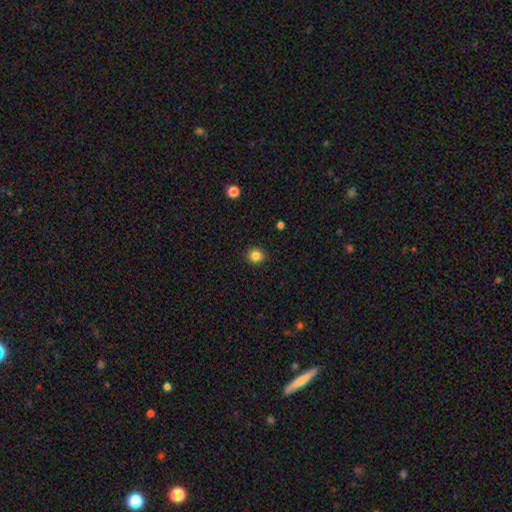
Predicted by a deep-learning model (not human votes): smooth-or-featured: smooth: 84% | star or artifact: 11% | featured or disk: 4%
  how-rounded: round: 91% | in between: 8% | cigar-shaped: 1%
  merging: none: 92% | minor disturbance: 5% | major disturbance: 2% | merger: 1%